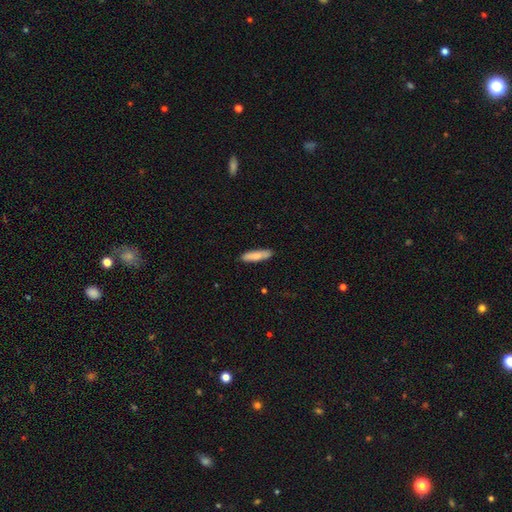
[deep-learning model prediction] This appears to be a smooth galaxy with no disk features (84%) that is cigar-shaped (74%). Merging: none (87%).